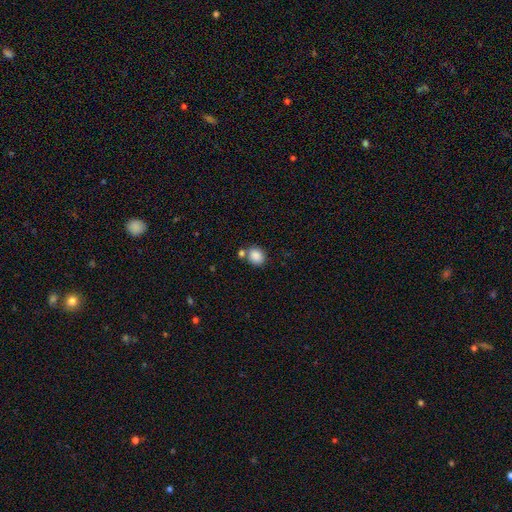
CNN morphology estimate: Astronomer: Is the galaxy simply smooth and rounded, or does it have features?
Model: smooth — 87%.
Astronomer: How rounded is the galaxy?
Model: round — 64%.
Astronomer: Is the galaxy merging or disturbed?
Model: none — 64%.